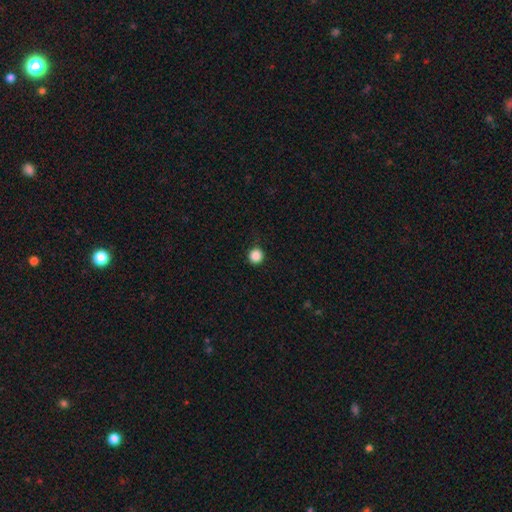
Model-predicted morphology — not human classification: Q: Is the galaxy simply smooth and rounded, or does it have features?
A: smooth — 87%.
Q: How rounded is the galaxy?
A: round — 94%.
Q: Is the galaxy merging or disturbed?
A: none — 89%.